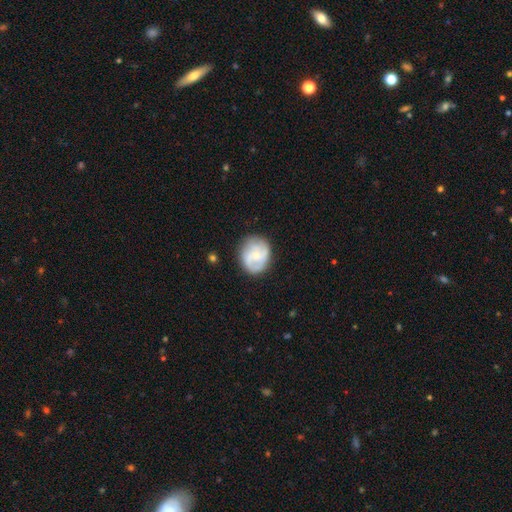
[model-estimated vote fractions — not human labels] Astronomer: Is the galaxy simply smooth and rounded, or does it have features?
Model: featured or disk — 68%.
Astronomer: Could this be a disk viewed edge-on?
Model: no — 98%.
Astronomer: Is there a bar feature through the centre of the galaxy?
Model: no — 62%.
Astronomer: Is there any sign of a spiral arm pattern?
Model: yes — 91%.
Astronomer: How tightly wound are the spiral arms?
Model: medium — 47% (runner-up: tight, 32%).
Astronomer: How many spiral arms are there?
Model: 2 — 40% (runner-up: 3, 30%).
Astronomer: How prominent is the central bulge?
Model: small — 60%.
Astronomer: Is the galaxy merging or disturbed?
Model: none — 79%.